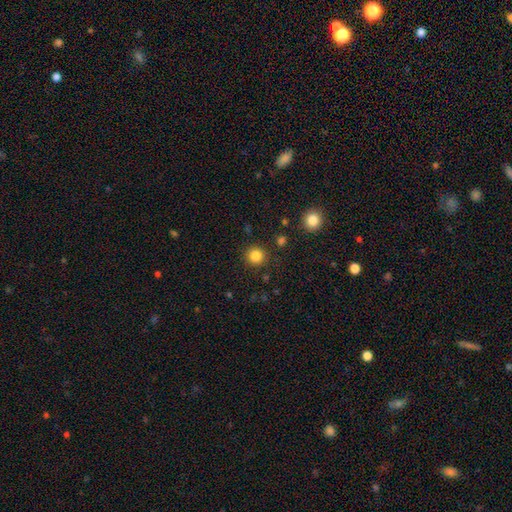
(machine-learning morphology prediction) Smooth or featured?
  - smooth: 84% *
  - star or artifact: 12%
  - featured or disk: 4%
How rounded?
  - round: 94% *
  - in between: 5%
  - cigar-shaped: 1%
Merging?
  - none: 90% *
  - minor disturbance: 6%
  - major disturbance: 3%
  - merger: 2%